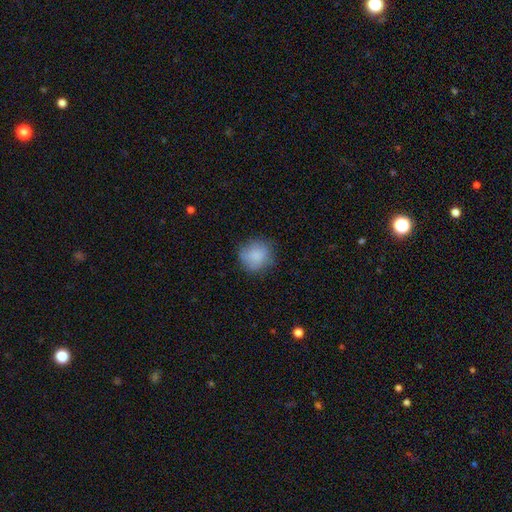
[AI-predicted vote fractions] This is clearly a smooth galaxy (84%). How rounded: clearly round (88%). Merging: likely none (77%).